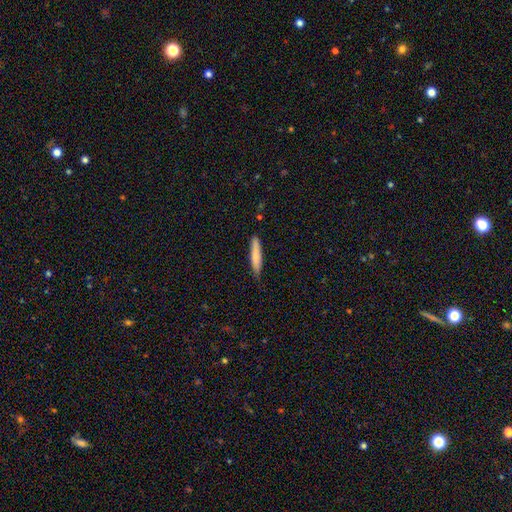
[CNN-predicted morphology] Smooth or featured: smooth — 78% (featured or disk — 17%)
How rounded: cigar-shaped — 90% (in between — 9%)
Merging: none — 83% (minor disturbance — 13%)